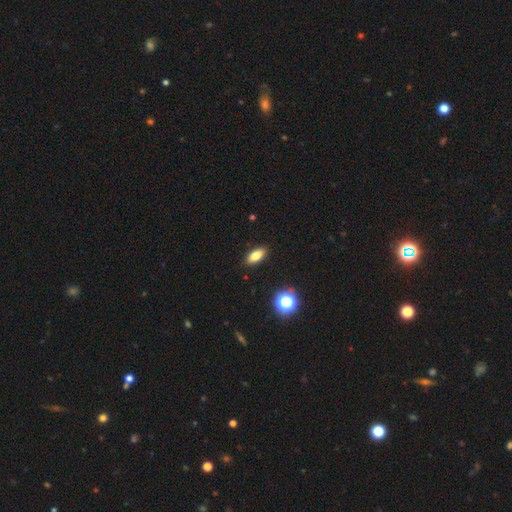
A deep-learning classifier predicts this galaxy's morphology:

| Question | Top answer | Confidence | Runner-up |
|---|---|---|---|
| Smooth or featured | smooth | 79% | featured or disk (11%) |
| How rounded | in between | 83% | cigar-shaped (13%) |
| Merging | none | 90% | minor disturbance (7%) |